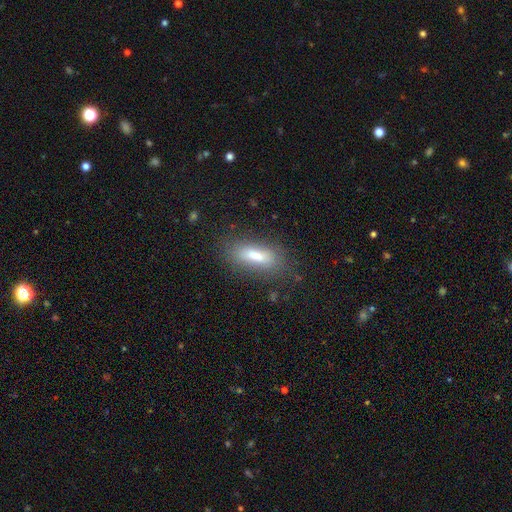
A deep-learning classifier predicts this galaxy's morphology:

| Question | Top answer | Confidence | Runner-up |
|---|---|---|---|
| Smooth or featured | smooth | 70% | featured or disk (19%) |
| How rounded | in between | 63% | cigar-shaped (34%) |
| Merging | none | 72% | minor disturbance (16%) |